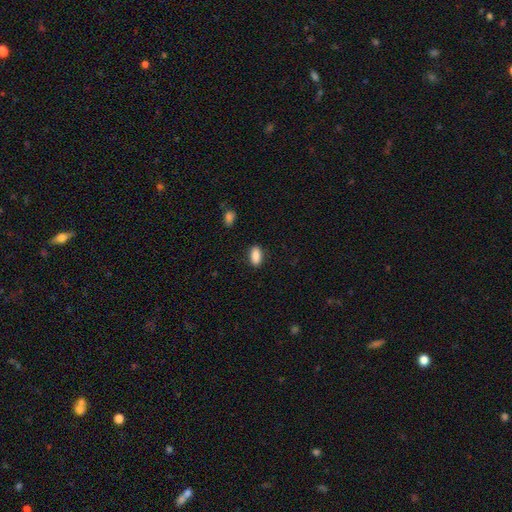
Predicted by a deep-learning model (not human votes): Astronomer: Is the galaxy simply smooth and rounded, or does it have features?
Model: smooth — 89%.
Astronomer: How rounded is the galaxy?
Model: in between — 88%.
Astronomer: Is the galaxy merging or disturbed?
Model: none — 87%.